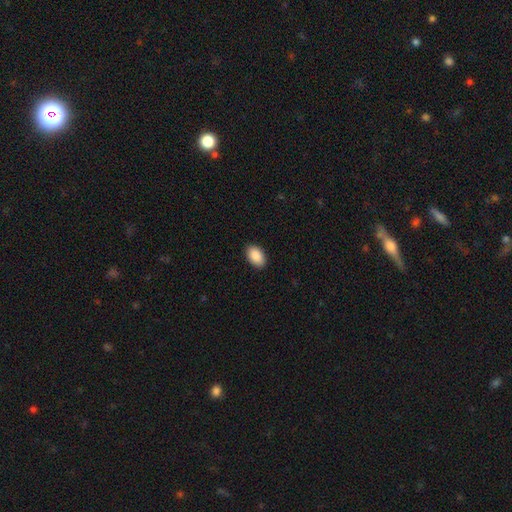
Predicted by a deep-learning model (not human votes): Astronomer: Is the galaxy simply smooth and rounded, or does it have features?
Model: smooth — 91%.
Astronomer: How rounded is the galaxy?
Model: in between — 92%.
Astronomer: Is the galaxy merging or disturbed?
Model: none — 90%.